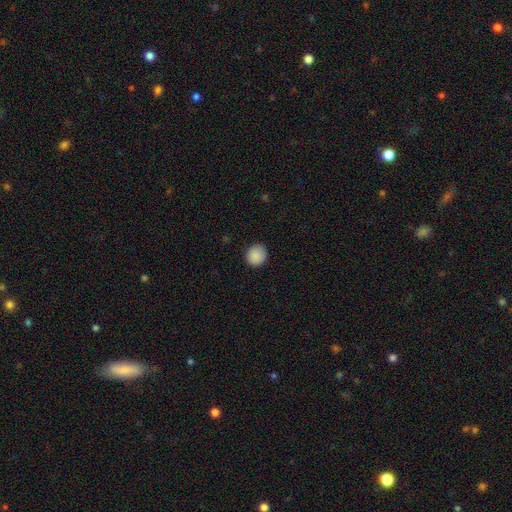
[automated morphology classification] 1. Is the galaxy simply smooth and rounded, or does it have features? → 89% smooth, 8% star or artifact, 3% featured or disk.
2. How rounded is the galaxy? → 92% round, 7% in between, 1% cigar-shaped.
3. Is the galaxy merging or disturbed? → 90% none, 7% minor disturbance, 2% major disturbance, 1% merger.